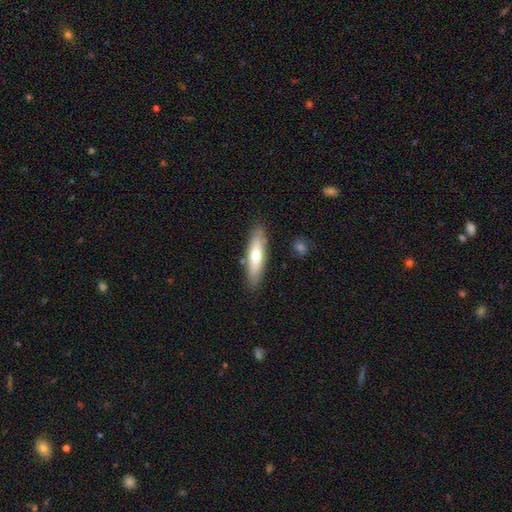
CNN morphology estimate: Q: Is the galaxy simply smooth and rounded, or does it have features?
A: smooth — 63%.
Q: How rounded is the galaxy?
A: cigar-shaped — 69%.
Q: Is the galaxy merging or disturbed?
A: none — 83%.